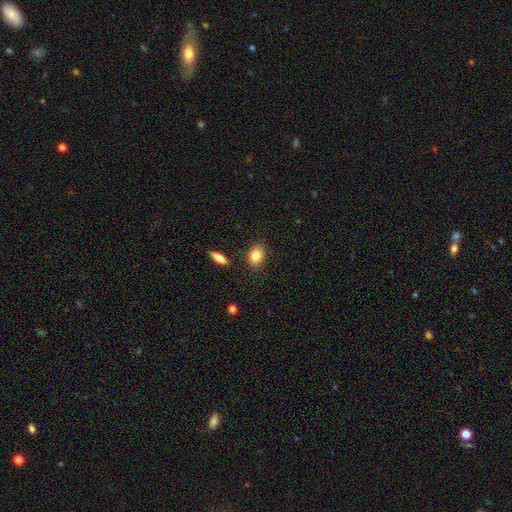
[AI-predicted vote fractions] smooth 83%, star or artifact 9%, featured or disk 8%. Down the decision tree: how rounded — in between (58%); merging — none (86%).